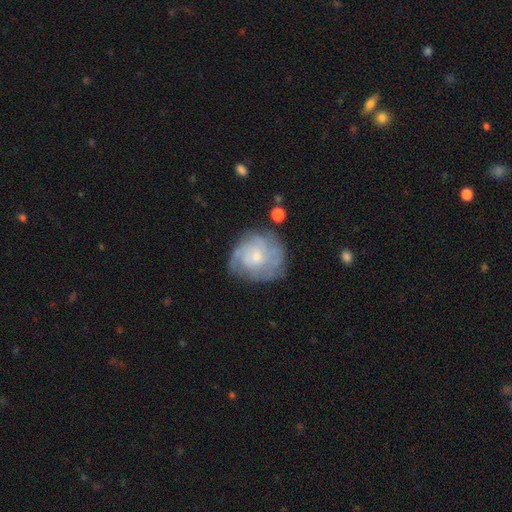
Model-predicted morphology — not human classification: This is likely a featured or disk galaxy (68%). It is clearly not viewed edge-on (98%). Bar: likely no (72%). Spiral arm pattern: clearly yes (83%). Spiral arm count: possibly can't tell (48%). Spiral winding: possibly tight (55%). Central bulge: possibly small (54%). Merging: likely none (68%).